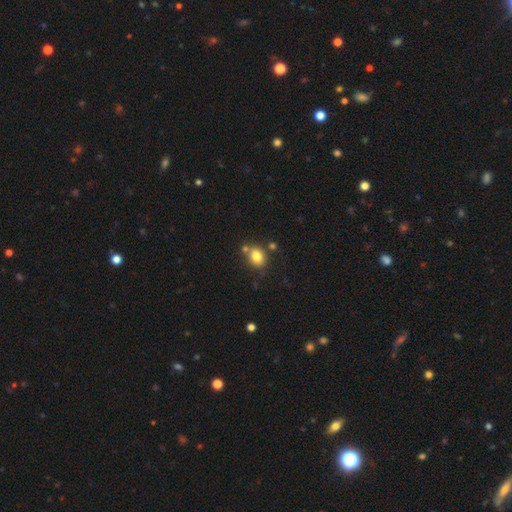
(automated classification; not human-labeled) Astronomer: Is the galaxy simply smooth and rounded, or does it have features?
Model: smooth — 81%.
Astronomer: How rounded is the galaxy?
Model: round — 50% (runner-up: in between, 49%).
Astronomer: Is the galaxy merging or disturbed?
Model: none — 65%.